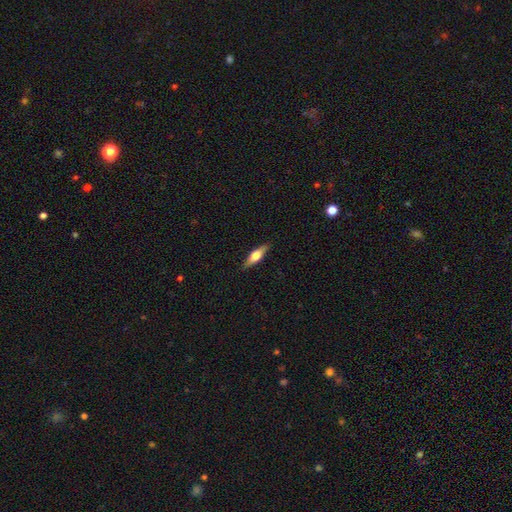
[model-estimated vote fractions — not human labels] Smooth or featured? Predicted: featured or disk (p=0.47, tied with smooth). Merging? Predicted: none (p=0.87).